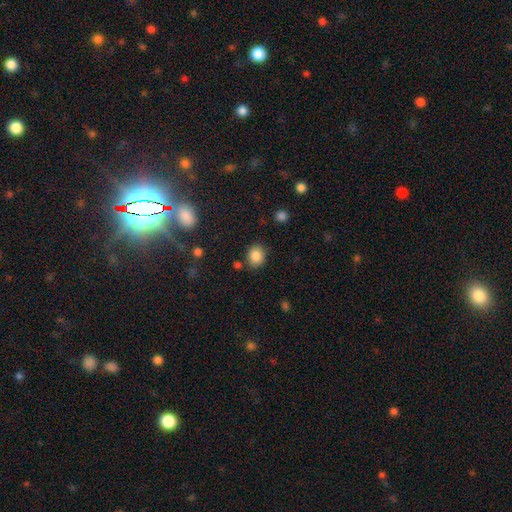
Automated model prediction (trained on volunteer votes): A smooth galaxy with no disk features (85%) that is round (61%).

Vote fractions:
- Smooth or featured? smooth: 85% / star or artifact: 10% / featured or disk: 5%
- How rounded? round: 61% / in between: 38% / cigar-shaped: 1%
- Merging? none: 79% / minor disturbance: 13% / merger: 4% / major disturbance: 4%